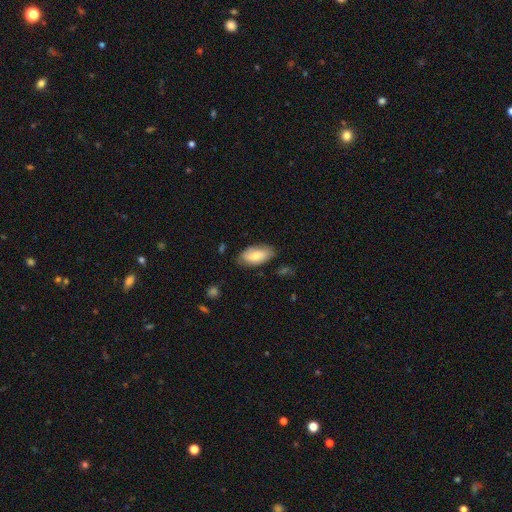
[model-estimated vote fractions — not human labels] The model was most divided on "smooth or featured": smooth: 71%, featured or disk: 23%, star or artifact: 6%. More confident: how rounded — in between (94%); merging — none (72%).